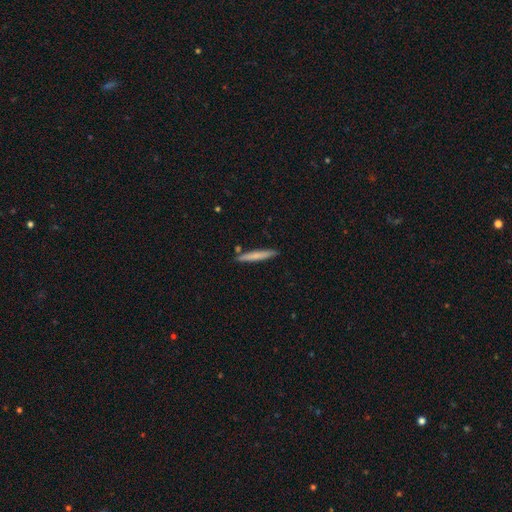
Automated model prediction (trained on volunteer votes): Smooth or featured: smooth — 69% (featured or disk — 26%)
How rounded: cigar-shaped — 95% (in between — 4%)
Merging: none — 86% (minor disturbance — 9%)